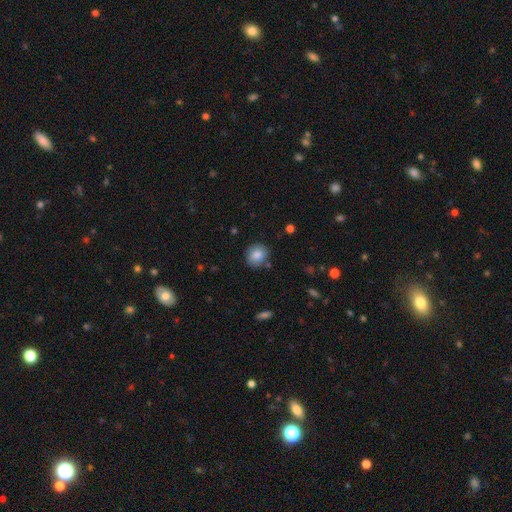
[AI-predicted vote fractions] This appears to be a smooth galaxy with no disk features (84%) that is round (79%). Merging: none (82%).